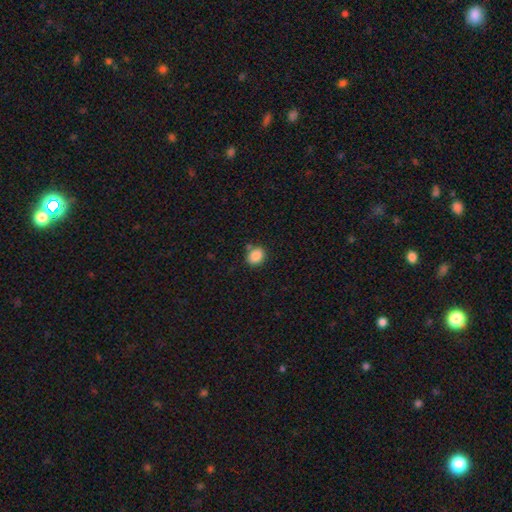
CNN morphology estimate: A smooth galaxy with no disk features (87%) that is round (53%). Merging: none (77%).